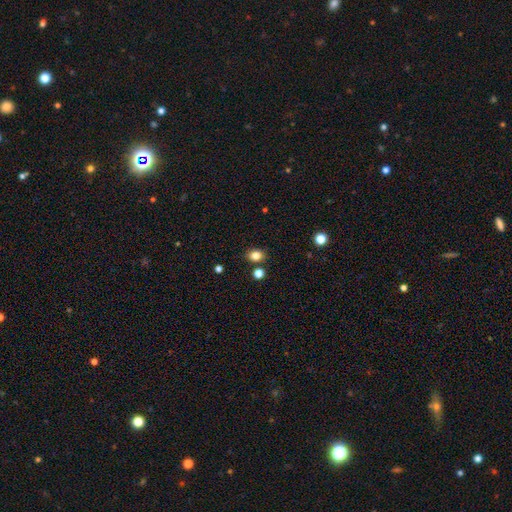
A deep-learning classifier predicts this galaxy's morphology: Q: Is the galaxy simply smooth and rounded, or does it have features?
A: smooth — 82%.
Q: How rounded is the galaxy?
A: in between — 50%.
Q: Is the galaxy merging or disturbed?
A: none — 83%.